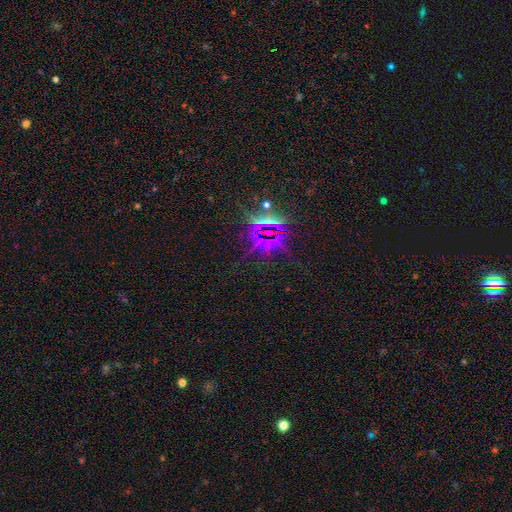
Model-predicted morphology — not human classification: A star or artifact, not a galaxy (82%).

Vote fractions:
- Smooth or featured? star or artifact: 82% / featured or disk: 10% / smooth: 9%